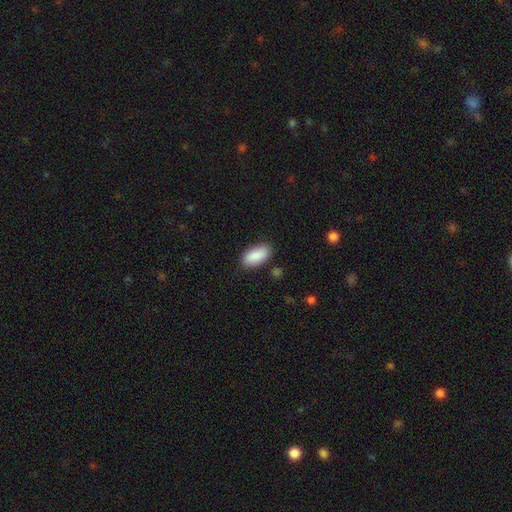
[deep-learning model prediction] Morphology: type=smooth (90%); roundness=in between (92%); merging=none (84%).